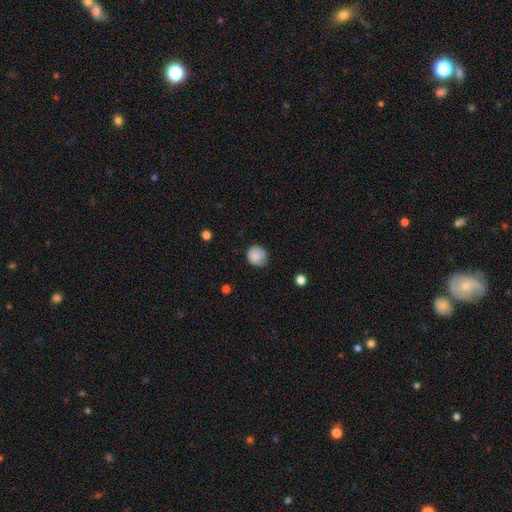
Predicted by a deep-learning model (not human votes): Smooth or featured? smooth (83%)
How rounded? round (82%)
Merging? none (66%)